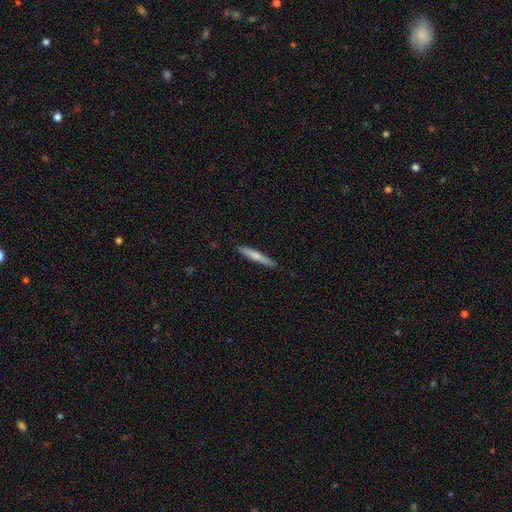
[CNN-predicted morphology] Smooth or featured?
  - smooth: 65% *
  - featured or disk: 30%
  - star or artifact: 5%
How rounded?
  - cigar-shaped: 94% *
  - in between: 5%
  - round: 1%
Merging?
  - none: 88% *
  - minor disturbance: 9%
  - major disturbance: 2%
  - merger: 1%